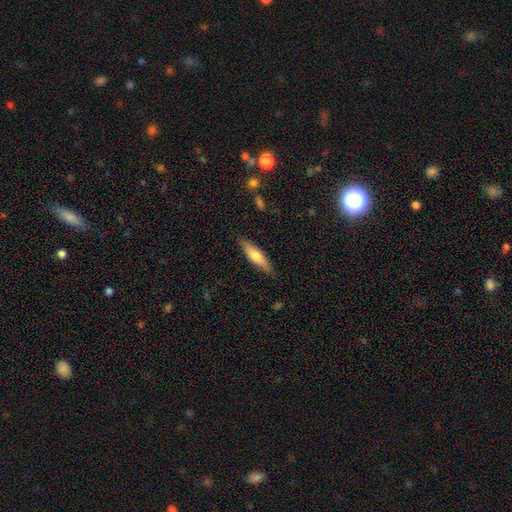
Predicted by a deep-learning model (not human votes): smooth_or_featured: smooth (p=0.57) [alt: featured or disk p=0.37]
how_rounded: cigar-shaped (p=0.70) [alt: in between p=0.29]
merging: none (p=0.87) [alt: minor disturbance p=0.10]